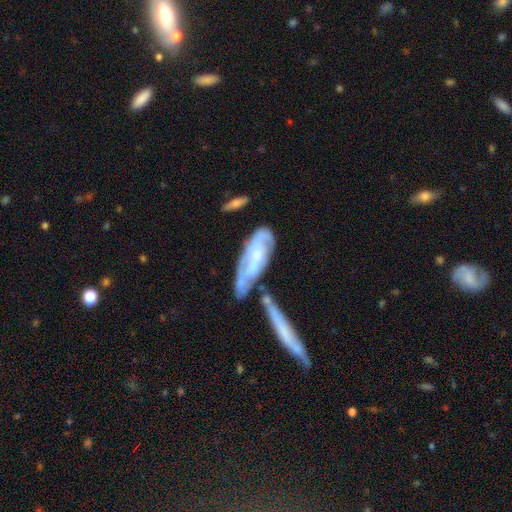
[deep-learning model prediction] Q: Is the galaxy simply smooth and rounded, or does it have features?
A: featured or disk — 65%.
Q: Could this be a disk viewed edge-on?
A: no — 81%.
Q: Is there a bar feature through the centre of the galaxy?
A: no — 63%.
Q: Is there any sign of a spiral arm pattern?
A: yes — 75%.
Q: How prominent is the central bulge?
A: small — 63%.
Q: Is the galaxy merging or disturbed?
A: none — 44%.